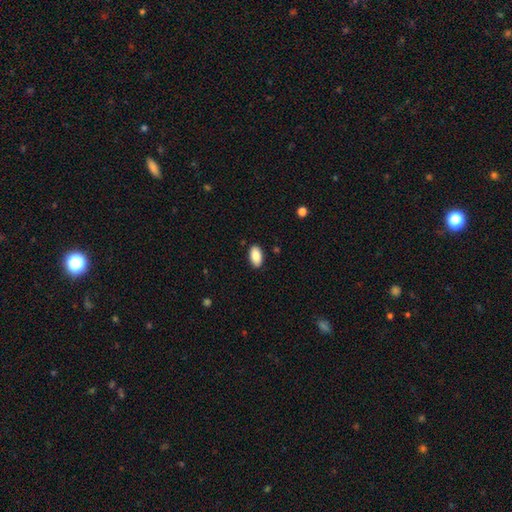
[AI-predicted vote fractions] This appears to be a smooth galaxy with no disk features (88%) that is in between round and cigar-shaped (94%). Merging: none (89%).